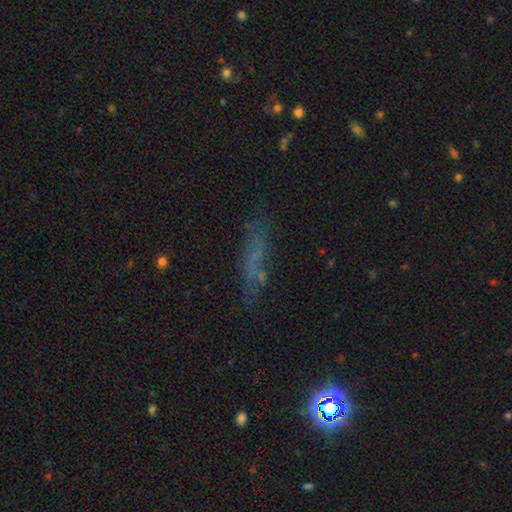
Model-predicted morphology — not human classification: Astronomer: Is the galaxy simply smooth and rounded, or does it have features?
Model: smooth — 45% (runner-up: featured or disk, 29%).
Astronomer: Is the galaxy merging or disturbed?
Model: none — 67%.